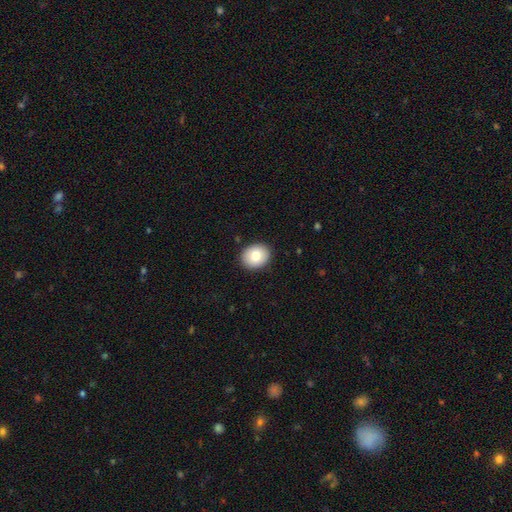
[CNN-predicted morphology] This is likely a smooth galaxy (78%). How rounded: likely round (62%). Merging: clearly none (90%).